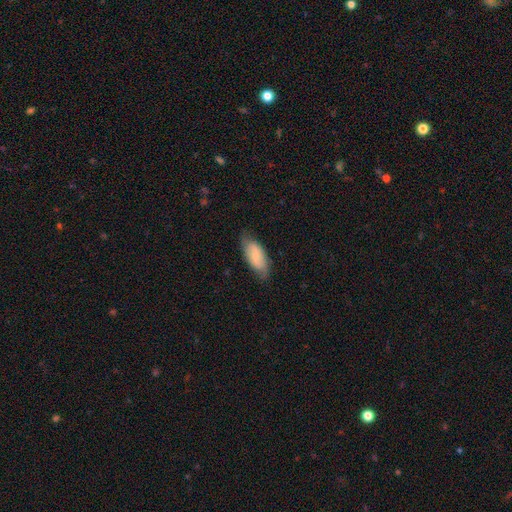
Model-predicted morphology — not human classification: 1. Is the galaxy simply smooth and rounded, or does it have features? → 68% smooth, 26% featured or disk, 6% star or artifact.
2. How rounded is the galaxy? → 87% in between, 11% cigar-shaped, 2% round.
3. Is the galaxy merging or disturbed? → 74% none, 21% minor disturbance, 5% major disturbance, 1% merger.